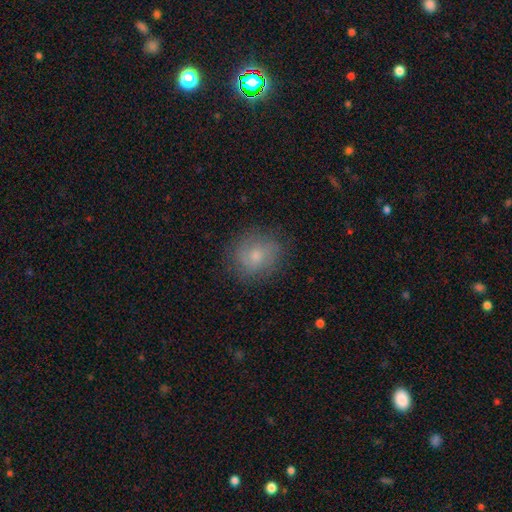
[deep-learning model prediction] smooth-or-featured: smooth: 63% | featured or disk: 28% | star or artifact: 10%
  how-rounded: round: 78% | in between: 21% | cigar-shaped: 1%
  merging: none: 80% | minor disturbance: 14% | major disturbance: 5% | merger: 1%